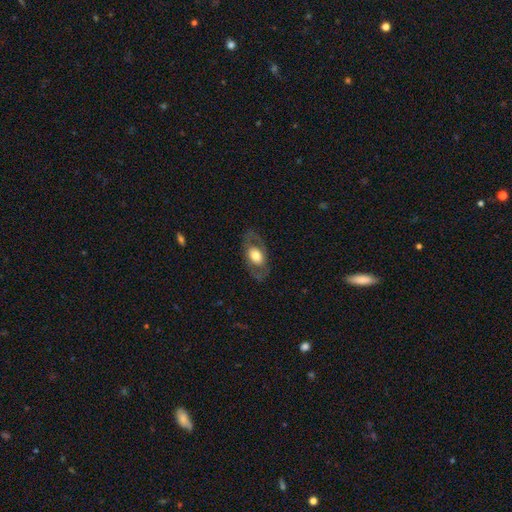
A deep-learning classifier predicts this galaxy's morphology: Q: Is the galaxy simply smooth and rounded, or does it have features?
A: featured or disk — 49%.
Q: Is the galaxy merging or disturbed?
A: none — 77%.